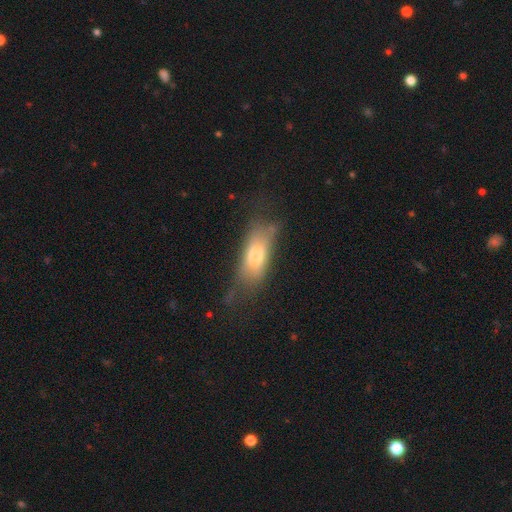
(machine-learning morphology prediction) This is possibly a smooth galaxy (60%). How rounded: likely in between (72%). Merging: possibly none (46%).